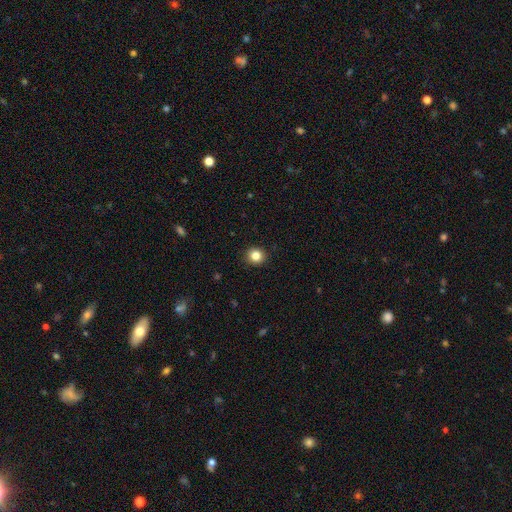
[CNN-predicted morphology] smooth-or-featured: smooth: 84% | star or artifact: 11% | featured or disk: 5%
  how-rounded: round: 89% | in between: 10% | cigar-shaped: 1%
  merging: none: 92% | minor disturbance: 6% | major disturbance: 2% | merger: 1%